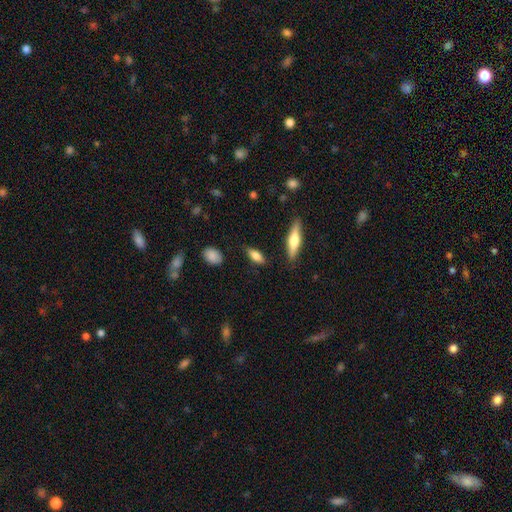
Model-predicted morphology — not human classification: The model was most divided on "how rounded": in between: 67%, cigar-shaped: 29%, round: 4%. More confident: merging — none (81%); smooth or featured — smooth (73%).